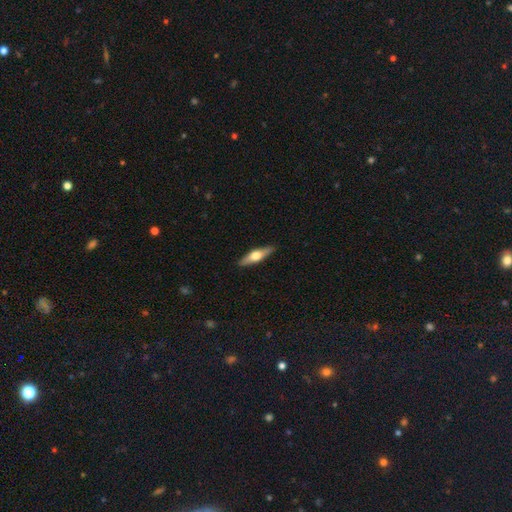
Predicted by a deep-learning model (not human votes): Smooth or featured?
  - featured or disk: 56% *
  - smooth: 38%
  - star or artifact: 5%
Edge-on disk?
  - yes: 94% *
  - no: 6%
Edge-on bulge?
  - rounded: 94% *
  - boxy: 4%
  - none: 2%
Merging?
  - none: 90% *
  - minor disturbance: 7%
  - major disturbance: 2%
  - merger: 1%